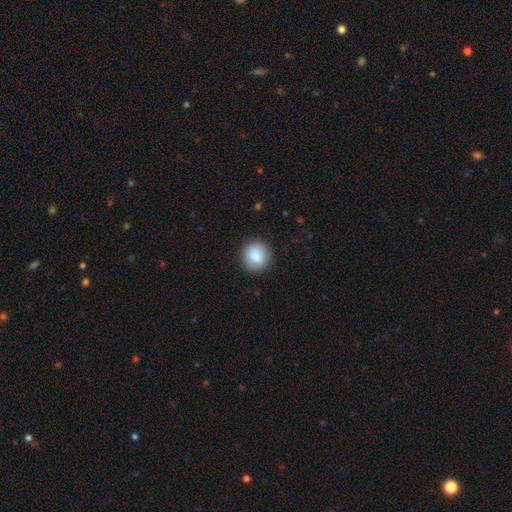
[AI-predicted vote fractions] Morphology: type=smooth (85%); roundness=round (87%); merging=none (89%).